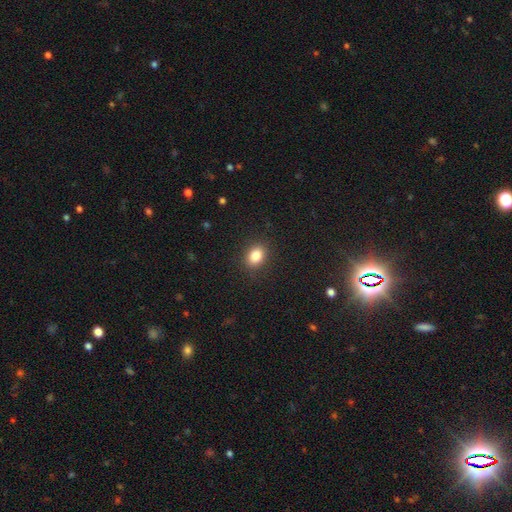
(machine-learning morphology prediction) The model was most divided on "how rounded": in between: 62%, round: 37%, cigar-shaped: 1%. More confident: merging — none (88%); smooth or featured — smooth (84%).